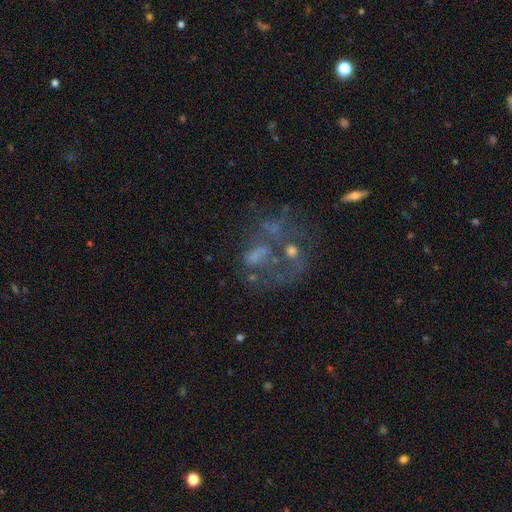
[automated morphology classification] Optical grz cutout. It shows a featured or disk galaxy (43%). Merging: major disturbance (34%).